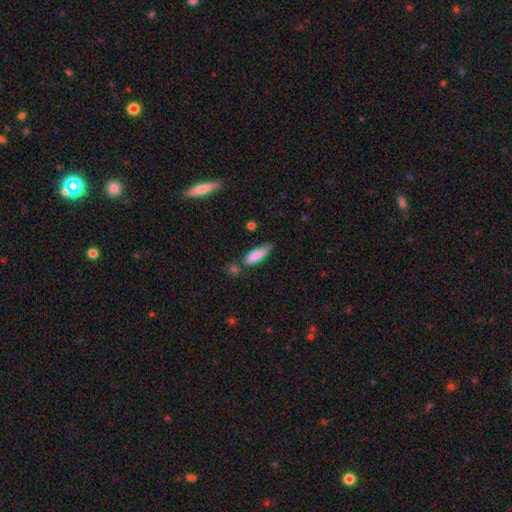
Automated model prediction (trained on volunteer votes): smooth_or_featured: smooth (p=0.83) [alt: featured or disk p=0.10]
how_rounded: cigar-shaped (p=0.49) [tied with: in between p=0.49]
merging: none (p=0.59) [alt: minor disturbance p=0.27]